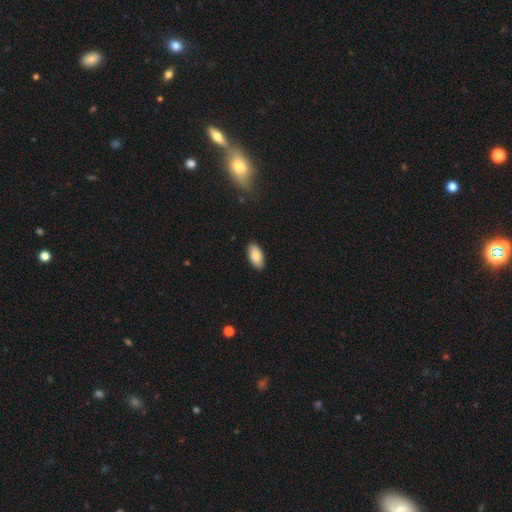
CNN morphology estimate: smooth-or-featured: smooth: 86% | featured or disk: 8% | star or artifact: 6%
  how-rounded: in between: 93% | cigar-shaped: 5% | round: 2%
  merging: none: 89% | minor disturbance: 8% | major disturbance: 2% | merger: 1%